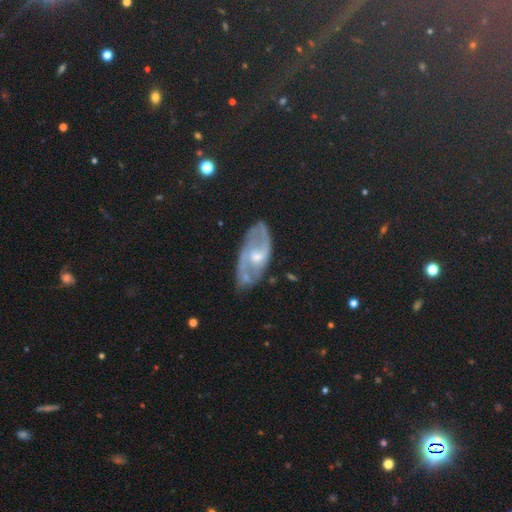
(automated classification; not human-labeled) Overall: featured or disk (68%). Edge-on disk: no (90%). Bar: no (47%; weak 43%). Spiral arms: yes (82%). Bulge size: moderate (49%; small 43%). Merging: none (68%).